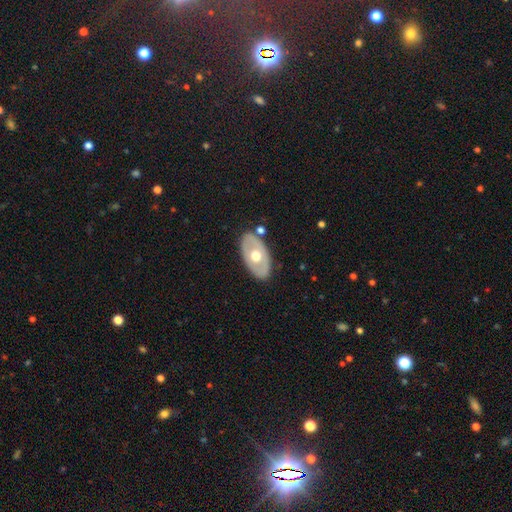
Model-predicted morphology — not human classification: The model was most divided on "smooth or featured": featured or disk: 52%, smooth: 43%, star or artifact: 5%. More confident: edge-on disk — no (84%); merging — none (81%).